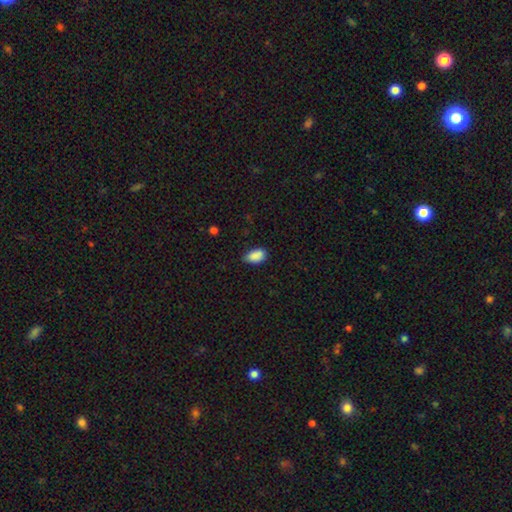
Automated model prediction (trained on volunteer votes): Q: Smooth or featured?
A: smooth (87%); runner-up: star or artifact (8%)
Q: How rounded?
A: in between (92%); runner-up: round (6%)
Q: Merging?
A: none (65%); runner-up: minor disturbance (29%)